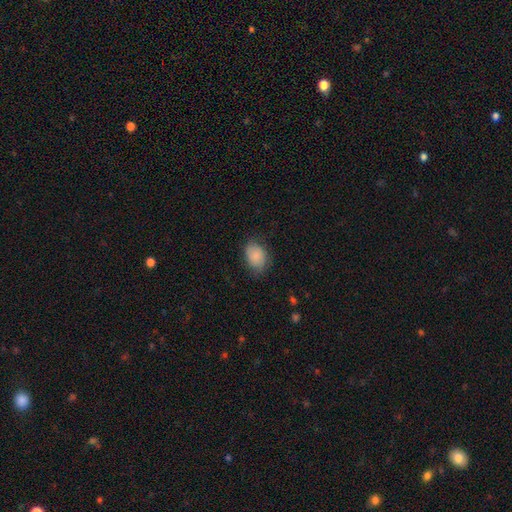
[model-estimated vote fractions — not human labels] Overall: smooth (84%). How rounded: in between (74%). Merging: none (68%).